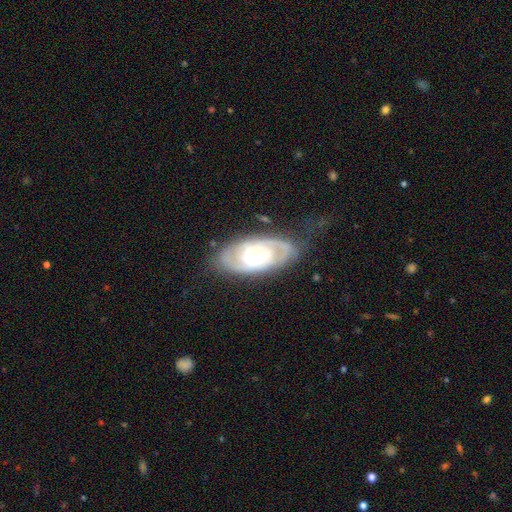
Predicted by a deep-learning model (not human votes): This appears to be a featured or disk galaxy (82%) with no bar (61%), 2 (50%) tight (59%) spiral arms (94%) and a moderate central bulge (65%). Merging: none (73%).